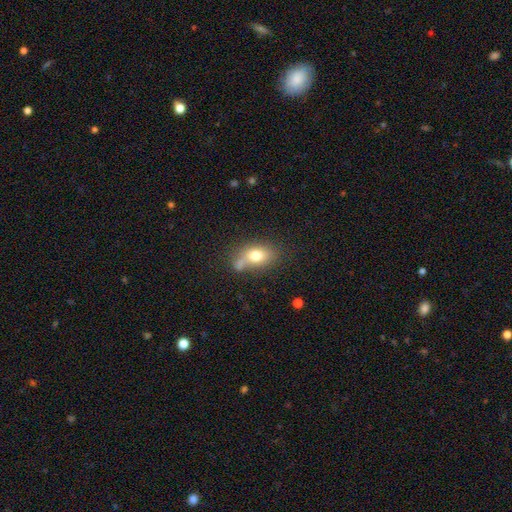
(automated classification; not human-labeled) The model was most divided on "merging": none: 45%, minor disturbance: 22%, merger: 21%, major disturbance: 12%. More confident: how rounded — in between (78%); smooth or featured — smooth (74%).